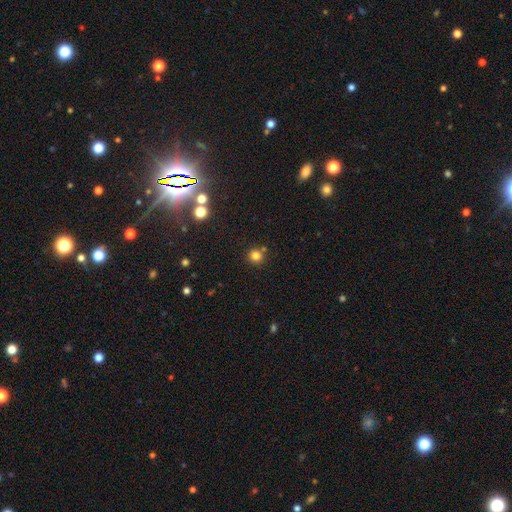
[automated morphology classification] A smooth galaxy with no disk features (80%) that is round (93%). Merging: none (81%).